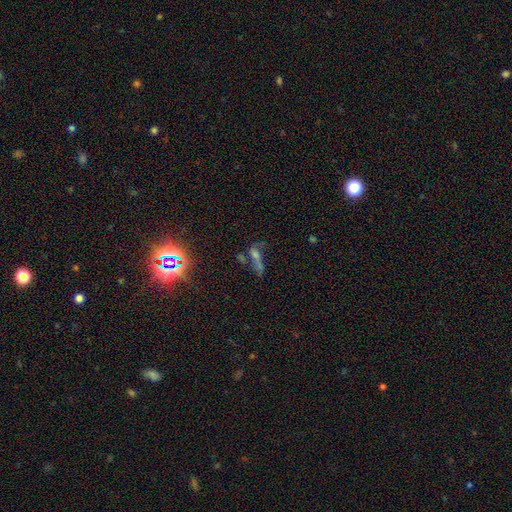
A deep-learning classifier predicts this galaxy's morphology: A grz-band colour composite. It shows a star or artifact, not a galaxy (39%).